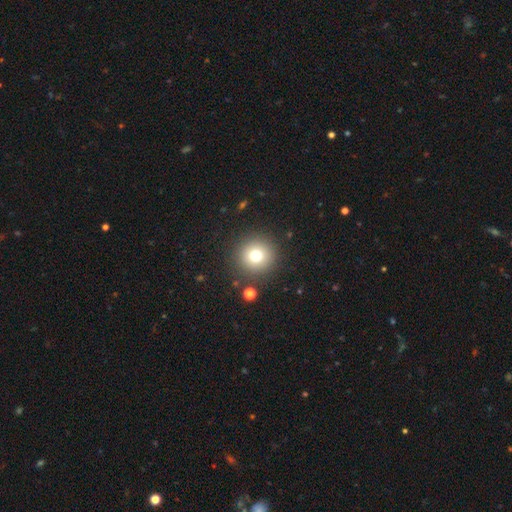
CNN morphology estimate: A smooth galaxy with no disk features (74%) that is round (95%). Merging: none (89%).